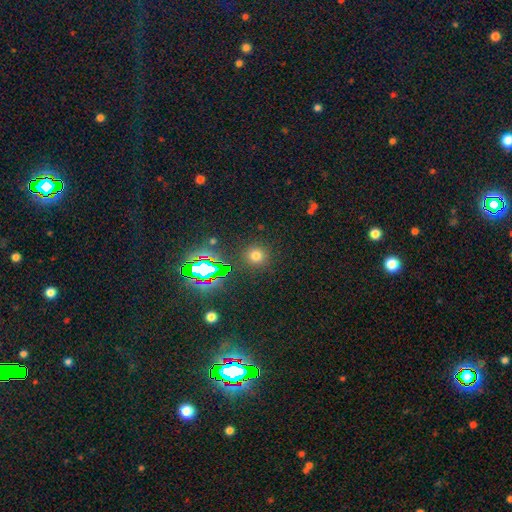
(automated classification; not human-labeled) This is likely a smooth galaxy (67%). How rounded: clearly round (92%). Merging: clearly none (88%).